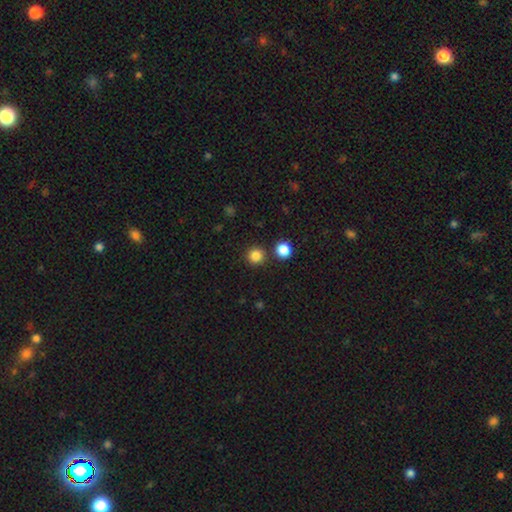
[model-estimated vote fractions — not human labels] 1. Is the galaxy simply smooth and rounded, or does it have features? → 84% smooth, 13% star or artifact, 4% featured or disk.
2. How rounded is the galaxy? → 94% round, 5% in between, 1% cigar-shaped.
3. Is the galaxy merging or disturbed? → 86% none, 6% merger, 6% minor disturbance, 2% major disturbance.